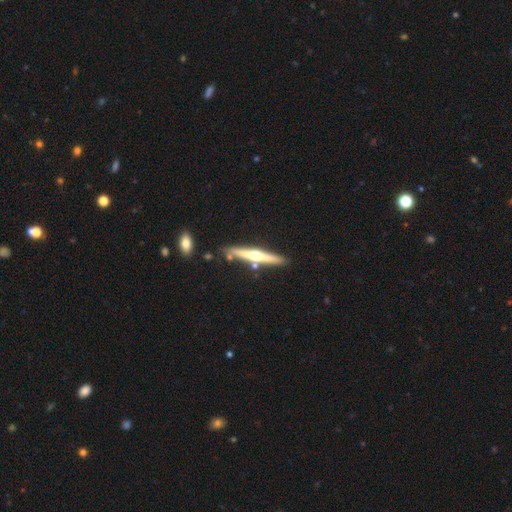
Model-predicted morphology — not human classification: Q: Smooth or featured?
A: featured or disk (64%); runner-up: smooth (30%)
Q: Edge-on disk?
A: yes (97%); runner-up: no (3%)
Q: Edge-on bulge?
A: rounded (91%); runner-up: none (6%)
Q: Merging?
A: none (82%); runner-up: minor disturbance (10%)